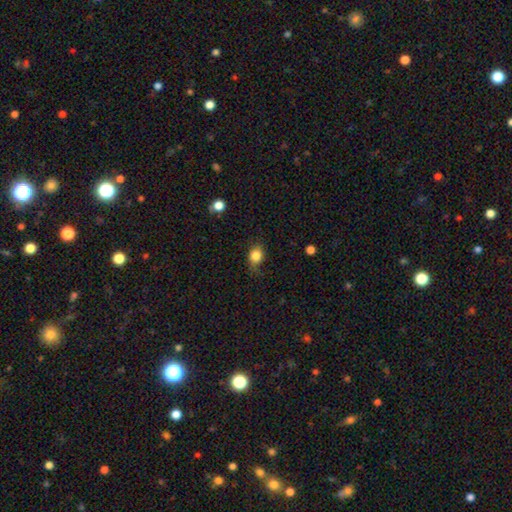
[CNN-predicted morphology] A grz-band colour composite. It shows a smooth galaxy with no disk features (81%) that is round (50%). Merging: none (62%).